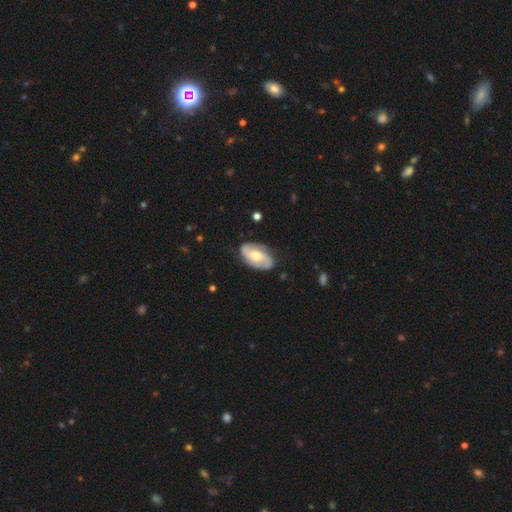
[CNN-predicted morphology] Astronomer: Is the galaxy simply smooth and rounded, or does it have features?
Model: featured or disk — 70%.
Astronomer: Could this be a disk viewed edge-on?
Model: no — 95%.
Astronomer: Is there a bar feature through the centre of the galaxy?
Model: no — 54% (runner-up: weak, 34%).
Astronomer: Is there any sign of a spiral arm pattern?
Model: yes — 90%.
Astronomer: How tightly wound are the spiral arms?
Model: medium — 41% (runner-up: tight, 31%).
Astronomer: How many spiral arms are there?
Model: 2 — 85%.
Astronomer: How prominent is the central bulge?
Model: moderate — 67%.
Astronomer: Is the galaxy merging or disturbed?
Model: none — 80%.